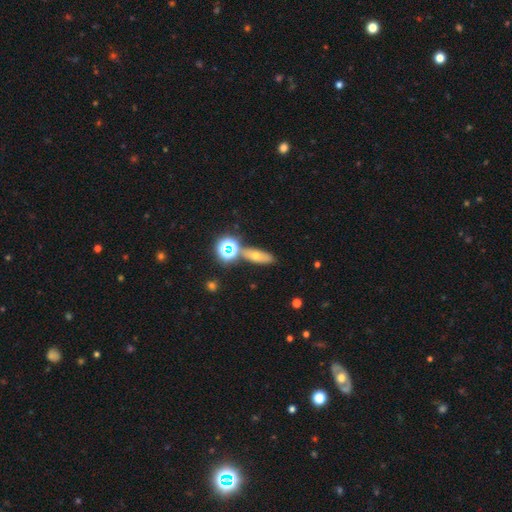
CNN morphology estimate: smooth 43%, star or artifact 32%, featured or disk 25%. Down the decision tree: merging — none (75%).